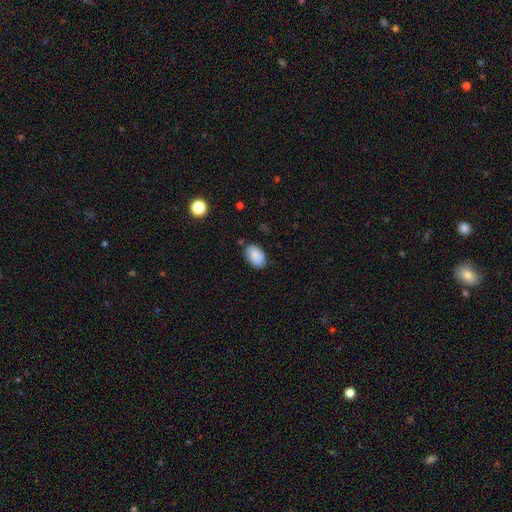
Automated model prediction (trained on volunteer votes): smooth 87%, star or artifact 7%, featured or disk 6%. Down the decision tree: how rounded — in between (90%); merging — none (81%).